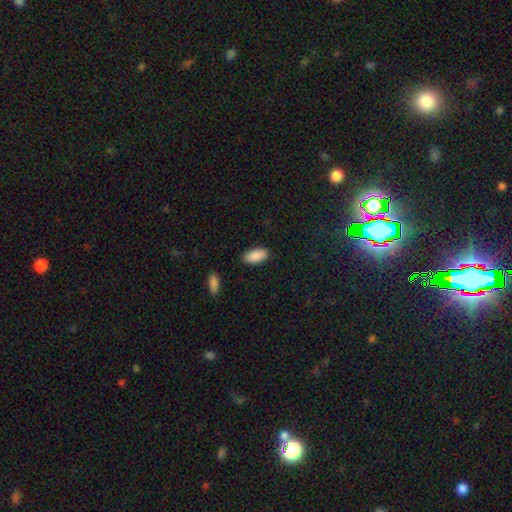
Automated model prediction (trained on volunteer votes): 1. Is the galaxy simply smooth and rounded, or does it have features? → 90% smooth, 6% star or artifact, 4% featured or disk.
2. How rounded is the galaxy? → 92% in between, 6% cigar-shaped, 2% round.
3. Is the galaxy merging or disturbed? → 87% none, 9% minor disturbance, 2% major disturbance, 2% merger.